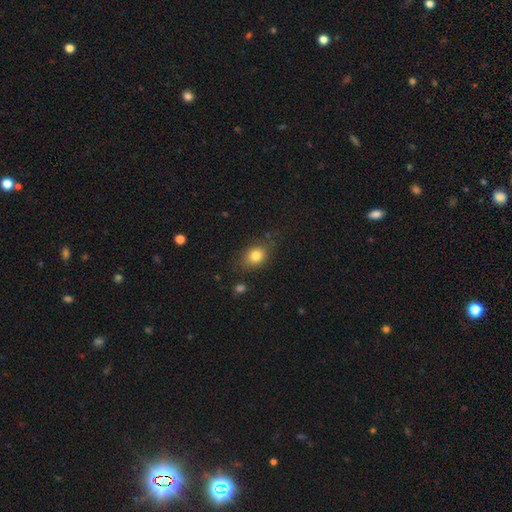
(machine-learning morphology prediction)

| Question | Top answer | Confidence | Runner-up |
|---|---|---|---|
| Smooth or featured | smooth | 82% | star or artifact (10%) |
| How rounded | in between | 57% | round (42%) |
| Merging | none | 75% | minor disturbance (17%) |